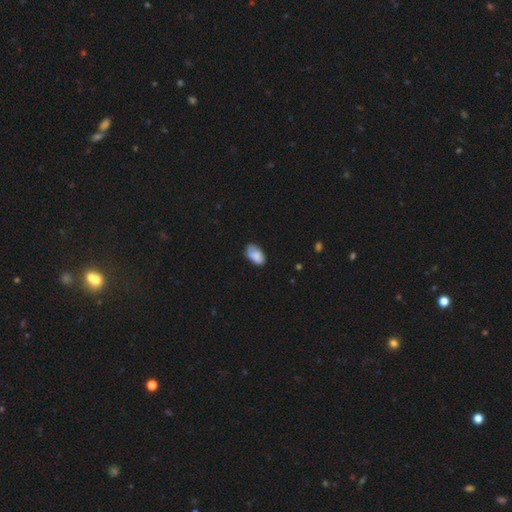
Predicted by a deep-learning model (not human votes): A smooth galaxy with no disk features (84%) that is in between round and cigar-shaped (94%).

Vote fractions:
- Smooth or featured? smooth: 84% / featured or disk: 9% / star or artifact: 7%
- How rounded? in between: 94% / round: 5% / cigar-shaped: 1%
- Merging? none: 67% / minor disturbance: 26% / major disturbance: 5% / merger: 2%